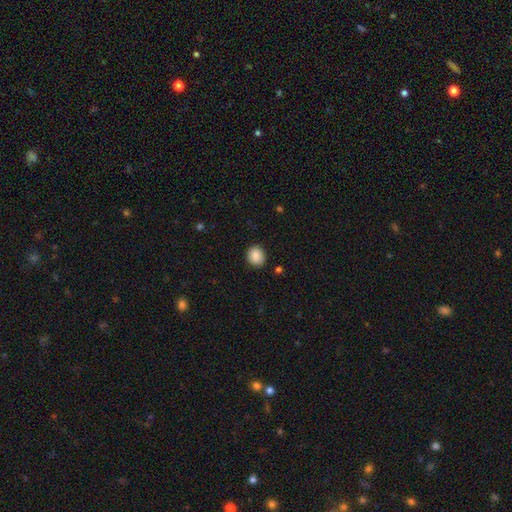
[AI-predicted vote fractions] A smooth galaxy with no disk features (88%) that is round (77%). Merging: none (89%).